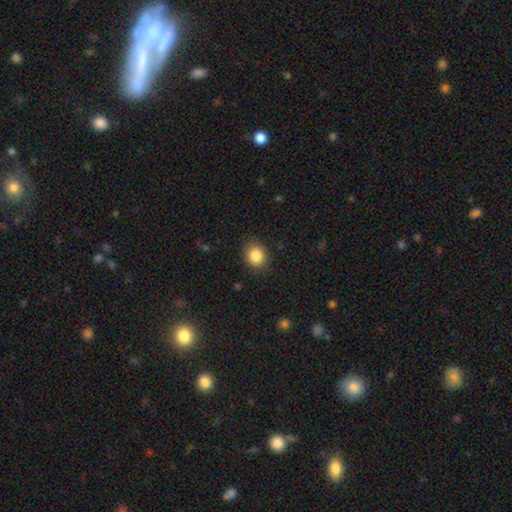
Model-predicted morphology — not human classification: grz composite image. It shows a smooth galaxy with no disk features (86%) that is round (67%). Merging: none (86%).